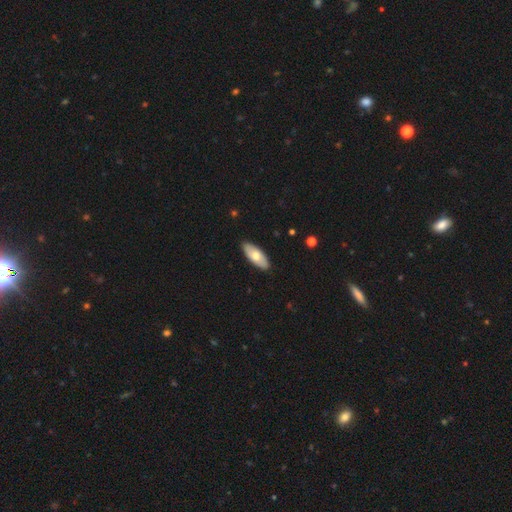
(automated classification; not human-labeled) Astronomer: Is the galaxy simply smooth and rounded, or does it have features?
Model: smooth — 65%.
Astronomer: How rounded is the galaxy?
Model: in between — 84%.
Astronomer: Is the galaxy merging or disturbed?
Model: none — 90%.